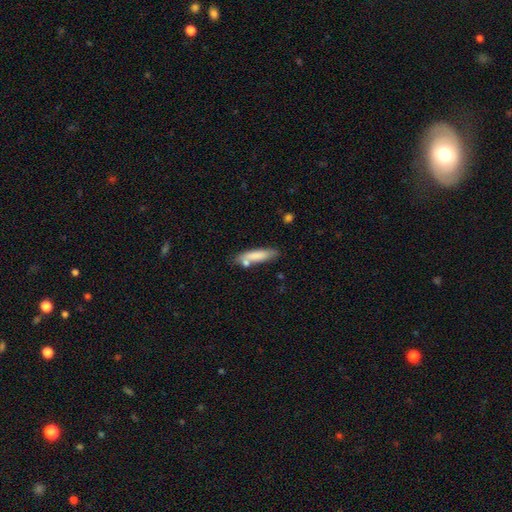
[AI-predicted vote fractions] Overall: smooth (78%). How rounded: cigar-shaped (74%). Merging: none (67%).